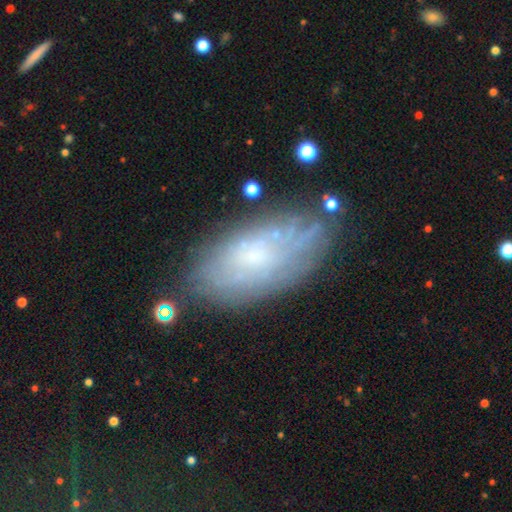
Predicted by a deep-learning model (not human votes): This appears to be a featured or disk galaxy (51%). Merging: none (70%).